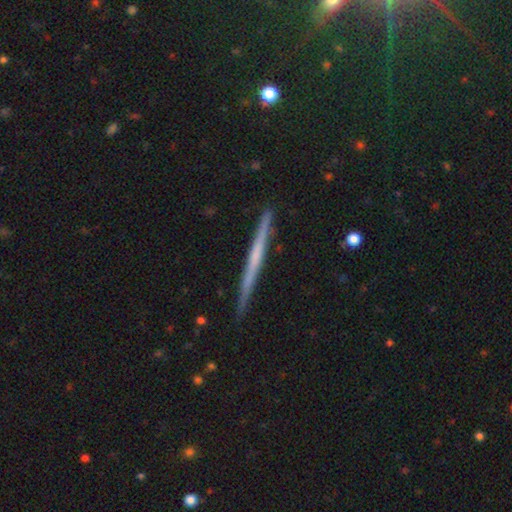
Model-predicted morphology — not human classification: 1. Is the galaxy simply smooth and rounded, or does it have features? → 59% featured or disk, 35% smooth, 6% star or artifact.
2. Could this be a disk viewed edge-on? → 98% yes, 2% no.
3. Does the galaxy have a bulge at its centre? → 80% none, 14% rounded, 6% boxy.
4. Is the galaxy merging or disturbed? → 90% none, 8% minor disturbance, 1% major disturbance, 1% merger.